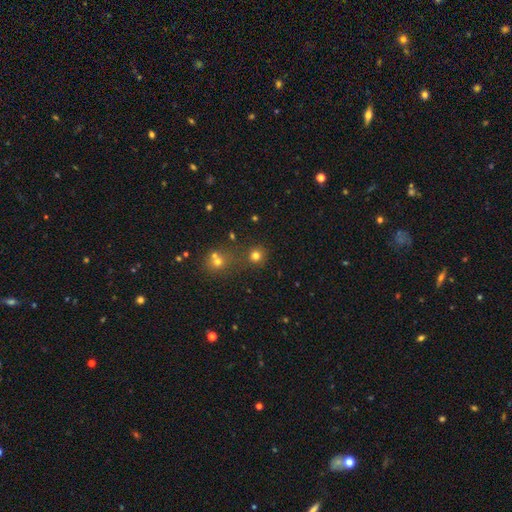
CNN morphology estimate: A smooth galaxy with no disk features (74%) that is round (91%).

Vote fractions:
- Smooth or featured? smooth: 74% / star or artifact: 19% / featured or disk: 7%
- How rounded? round: 91% / in between: 8% / cigar-shaped: 1%
- Merging? none: 75% / merger: 13% / minor disturbance: 8% / major disturbance: 4%